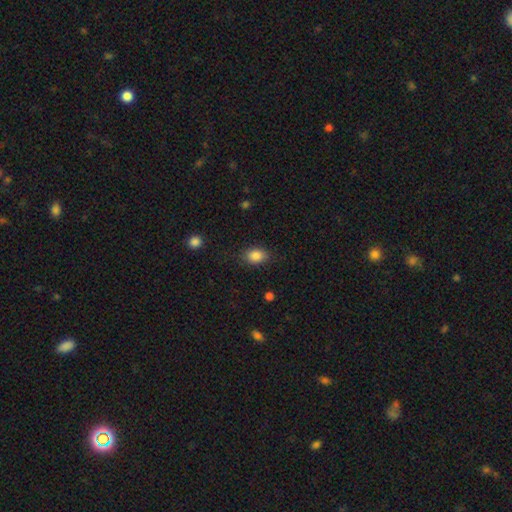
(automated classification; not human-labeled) A smooth galaxy with no disk features (86%) that is in between round and cigar-shaped (73%).

Vote fractions:
- Smooth or featured? smooth: 86% / star or artifact: 9% / featured or disk: 5%
- How rounded? in between: 73% / round: 25% / cigar-shaped: 1%
- Merging? none: 83% / minor disturbance: 13% / major disturbance: 3% / merger: 1%